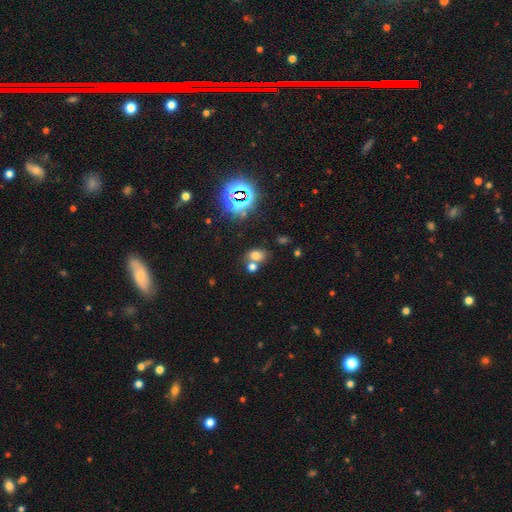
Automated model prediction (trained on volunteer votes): Q: Smooth or featured?
A: smooth (67%); runner-up: star or artifact (23%)
Q: How rounded?
A: in between (62%); runner-up: round (37%)
Q: Merging?
A: none (49%); runner-up: merger (38%)